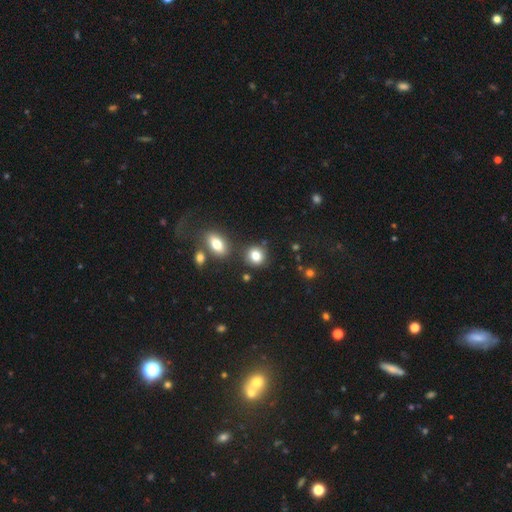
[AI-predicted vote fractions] Morphology: type=smooth (82%); roundness=round (78%); merging=none (78%).